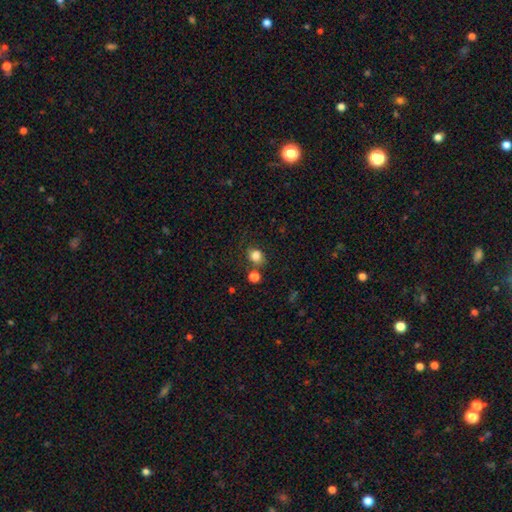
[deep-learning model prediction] A smooth galaxy with no disk features (82%) that is round (71%).

Vote fractions:
- Smooth or featured? smooth: 82% / star or artifact: 12% / featured or disk: 6%
- How rounded? round: 71% / in between: 28% / cigar-shaped: 1%
- Merging? none: 67% / minor disturbance: 14% / merger: 13% / major disturbance: 6%